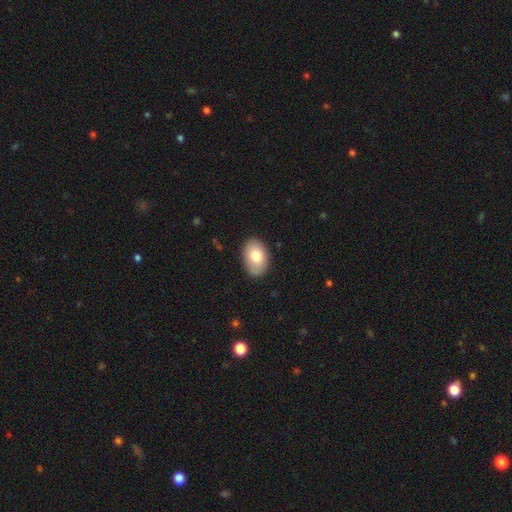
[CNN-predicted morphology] type=smooth (77%); roundness=in between (87%); merging=none (87%).